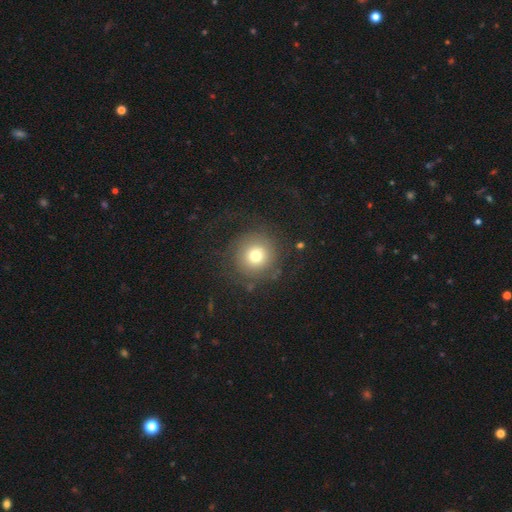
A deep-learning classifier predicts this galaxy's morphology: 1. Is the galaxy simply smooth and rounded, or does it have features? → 71% smooth, 15% featured or disk, 14% star or artifact.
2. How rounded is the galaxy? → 94% round, 5% in between, 1% cigar-shaped.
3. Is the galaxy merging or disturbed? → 80% none, 10% minor disturbance, 9% major disturbance, 2% merger.